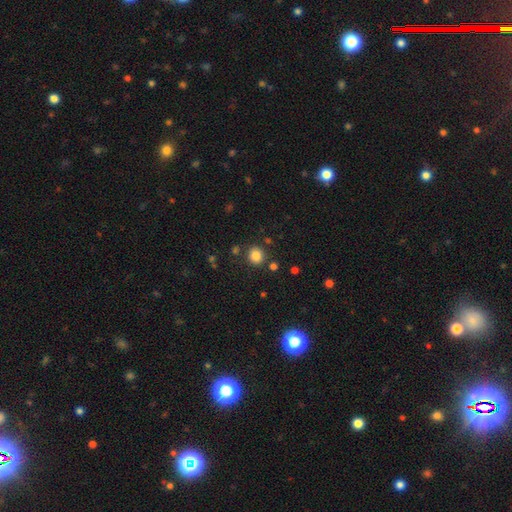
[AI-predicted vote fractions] Smooth or featured: smooth — 83% (star or artifact — 12%)
How rounded: round — 86% (in between — 13%)
Merging: none — 85% (minor disturbance — 8%)